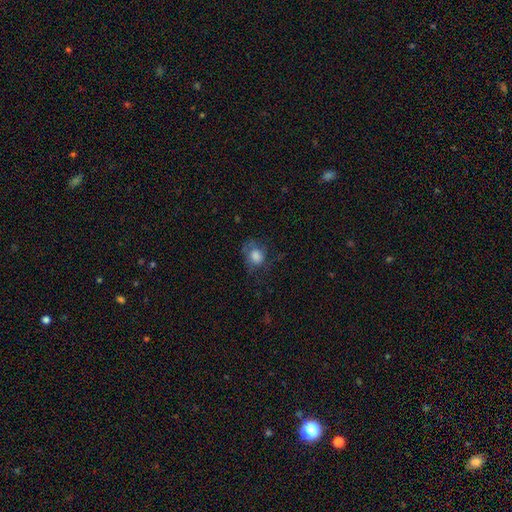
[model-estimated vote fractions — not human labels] Overall: smooth (66%). How rounded: round (64%; in between 35%). Merging: none (50%; minor disturbance 24%).